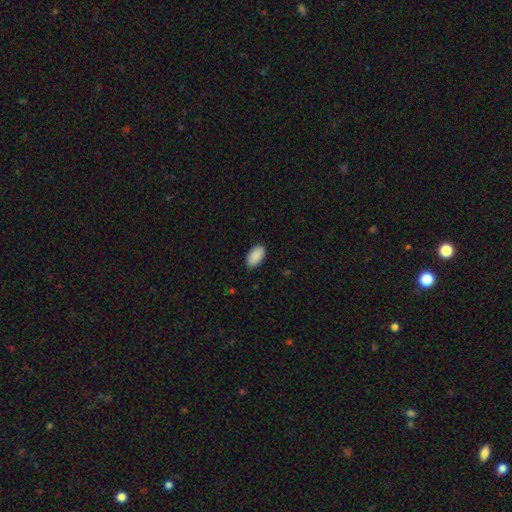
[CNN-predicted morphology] Overall: smooth (91%). How rounded: in between (96%). Merging: none (87%).